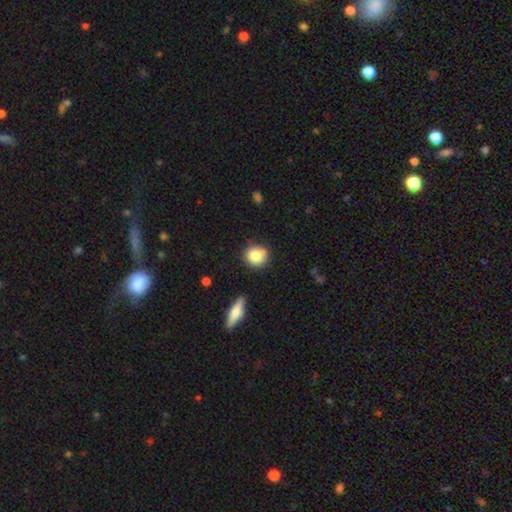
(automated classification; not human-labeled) This appears to be a smooth galaxy with no disk features (82%) that is round (86%). Merging: none (77%).